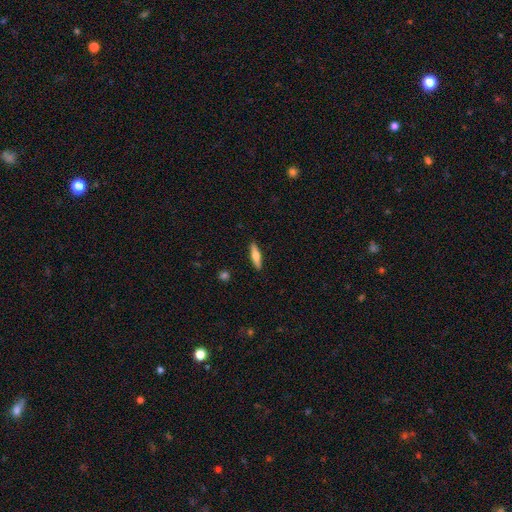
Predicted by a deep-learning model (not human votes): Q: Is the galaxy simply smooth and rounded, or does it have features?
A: smooth — 60%.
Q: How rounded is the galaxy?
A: cigar-shaped — 71%.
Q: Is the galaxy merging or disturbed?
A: none — 90%.